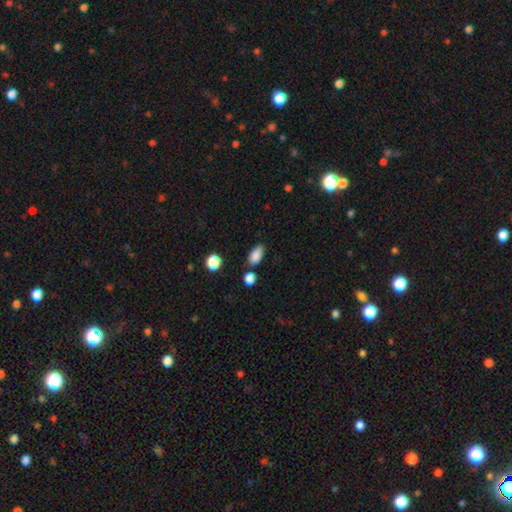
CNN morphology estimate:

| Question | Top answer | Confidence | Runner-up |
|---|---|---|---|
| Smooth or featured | smooth | 87% | star or artifact (9%) |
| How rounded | in between | 89% | round (7%) |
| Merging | none | 72% | minor disturbance (16%) |